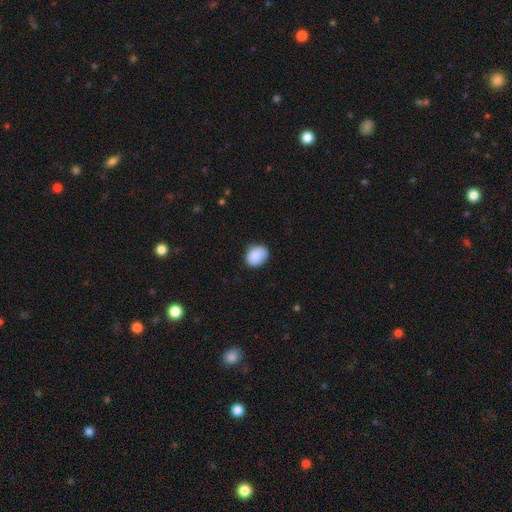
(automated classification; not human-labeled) A smooth galaxy with no disk features (88%) that is round (50%). Merging: none (76%).